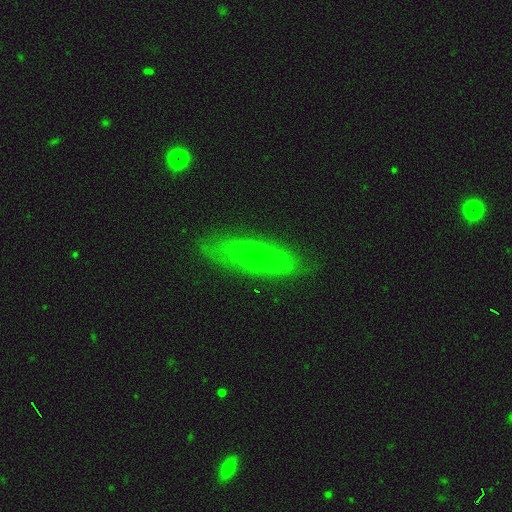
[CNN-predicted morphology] smooth 50%, featured or disk 41%, star or artifact 10%. Down the decision tree: merging — none (84%).